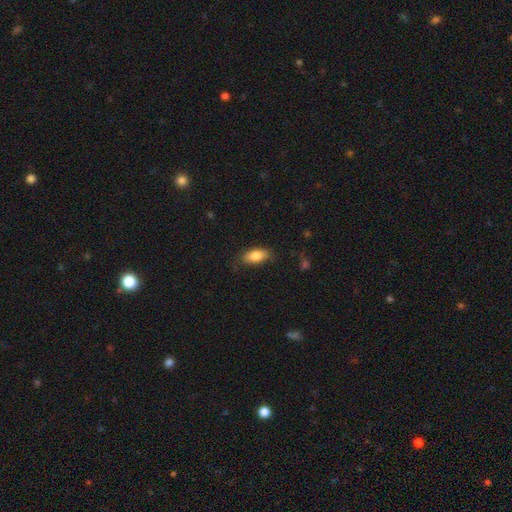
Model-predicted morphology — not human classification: type=smooth (83%); roundness=in between (88%); merging=none (80%).